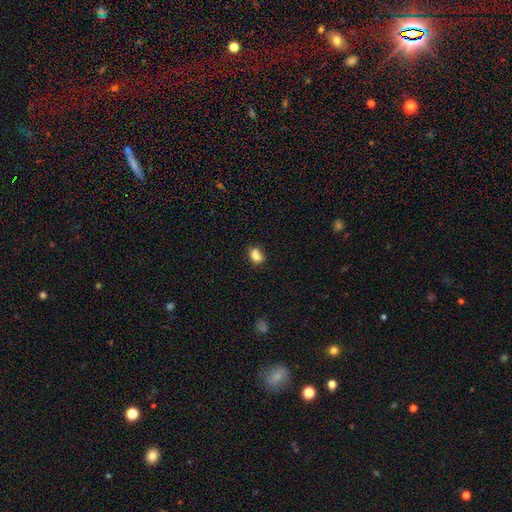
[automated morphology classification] smooth_or_featured: smooth (p=0.79) [alt: star or artifact p=0.11]
how_rounded: in between (p=0.70) [alt: round p=0.28]
merging: none (p=0.53) [alt: minor disturbance p=0.21]